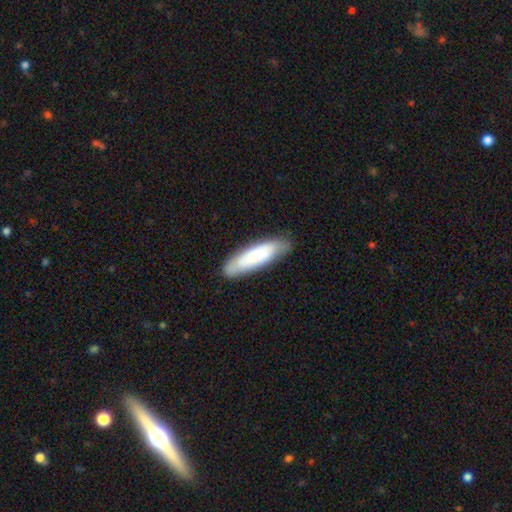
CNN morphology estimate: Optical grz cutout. It shows a smooth galaxy with no disk features (70%) that is cigar-shaped (59%). Merging: none (81%).